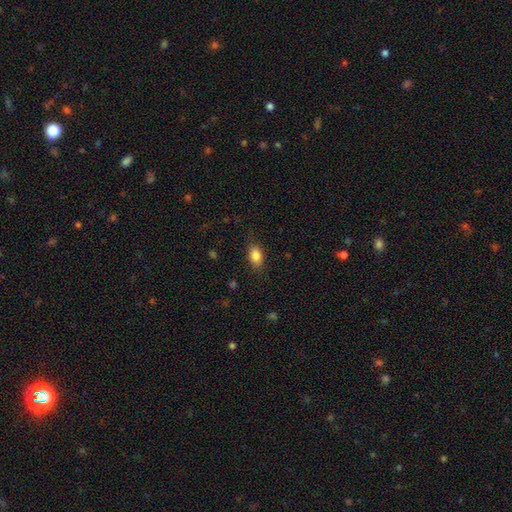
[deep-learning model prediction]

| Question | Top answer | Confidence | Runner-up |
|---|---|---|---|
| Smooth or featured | smooth | 85% | star or artifact (8%) |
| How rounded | in between | 84% | round (14%) |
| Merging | none | 82% | minor disturbance (13%) |